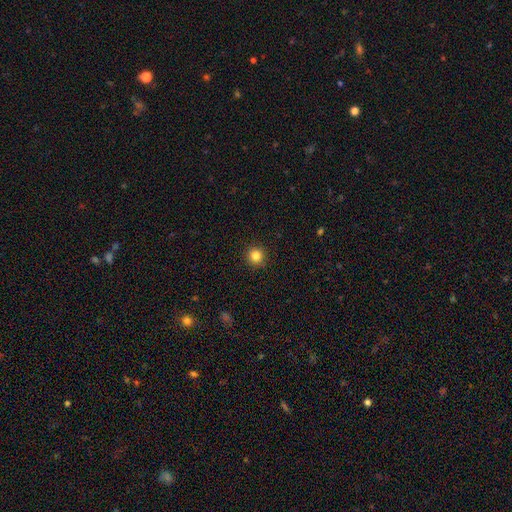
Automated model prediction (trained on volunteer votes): smooth 84%, star or artifact 12%, featured or disk 4%. Down the decision tree: how rounded — round (95%); merging — none (93%).